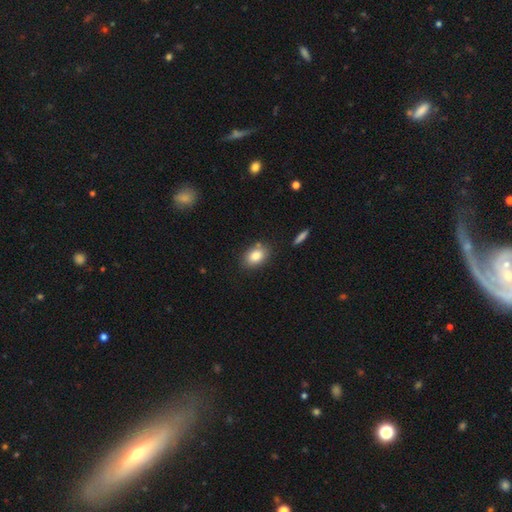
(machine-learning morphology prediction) smooth_or_featured: smooth (p=0.85) [alt: star or artifact p=0.08]
how_rounded: in between (p=0.81) [alt: round p=0.17]
merging: none (p=0.78) [alt: minor disturbance p=0.13]